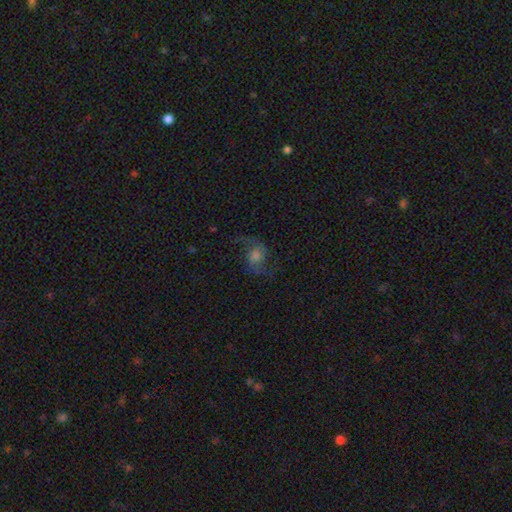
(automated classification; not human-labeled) Smooth or featured? Predicted: featured or disk (p=0.68). Edge-on disk? Predicted: no (p=0.97). Bar? Predicted: no (p=0.62). Spiral arms? Predicted: yes (p=0.93). Spiral winding? Predicted: loose (p=0.68). Spiral arm count? Predicted: 2 (p=0.92). Bulge size? Predicted: moderate (p=0.42). Merging? Predicted: none (p=0.70).